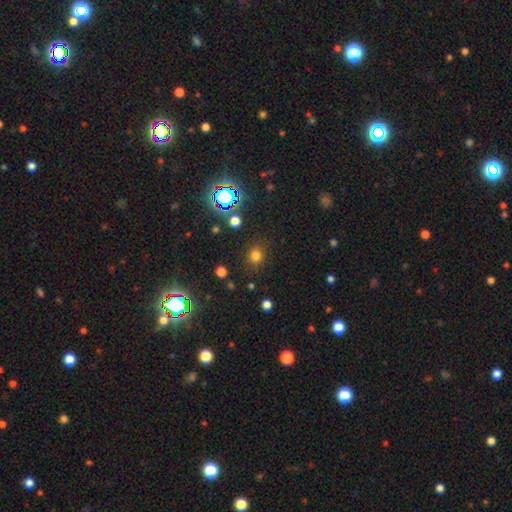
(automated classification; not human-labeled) A smooth galaxy with no disk features (73%) that is round (78%). Merging: none (84%).